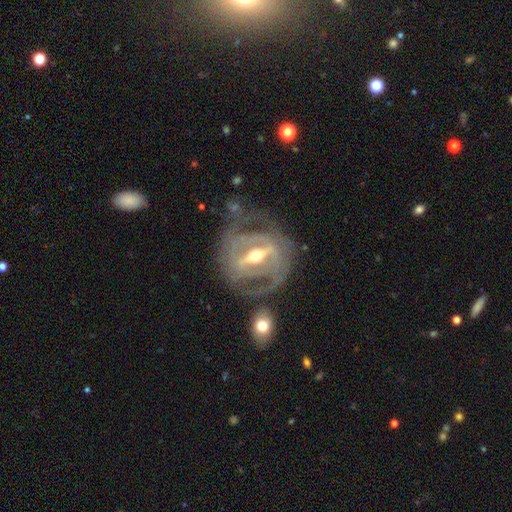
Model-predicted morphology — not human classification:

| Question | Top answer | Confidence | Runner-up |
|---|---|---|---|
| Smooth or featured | featured or disk | 87% | smooth (8%) |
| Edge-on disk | no | 88% | yes (12%) |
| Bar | strong | 78% | weak (16%) |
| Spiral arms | yes | 73% | no (27%) |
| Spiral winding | tight | 51% | medium (35%) |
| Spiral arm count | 2 | 55% | can't tell (26%) |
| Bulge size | moderate | 66% | small (27%) |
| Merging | none | 58% | minor disturbance (19%) |